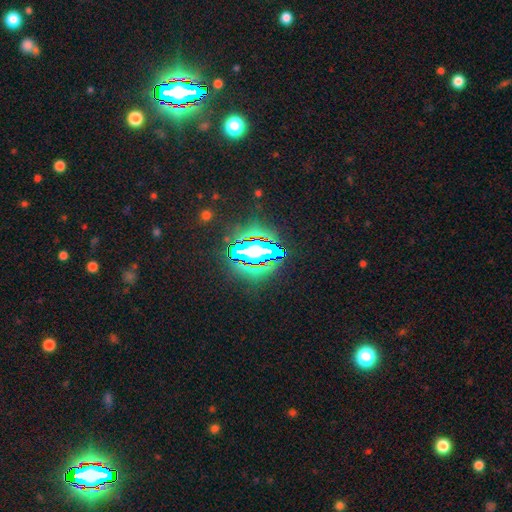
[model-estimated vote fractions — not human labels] Smooth or featured: star or artifact — 81% (smooth — 11%)